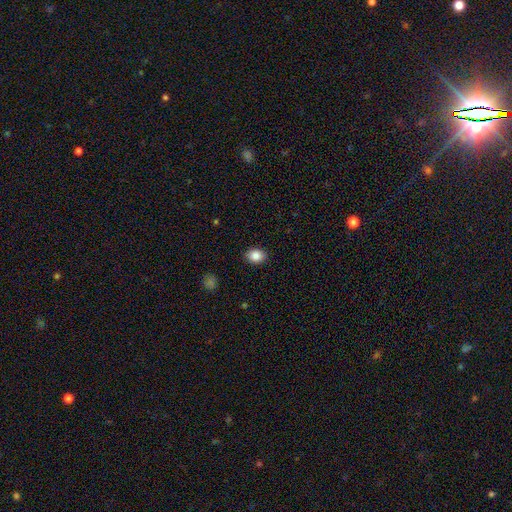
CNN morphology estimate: Smooth or featured? smooth (85%)
How rounded? in between (65%)
Merging? none (89%)